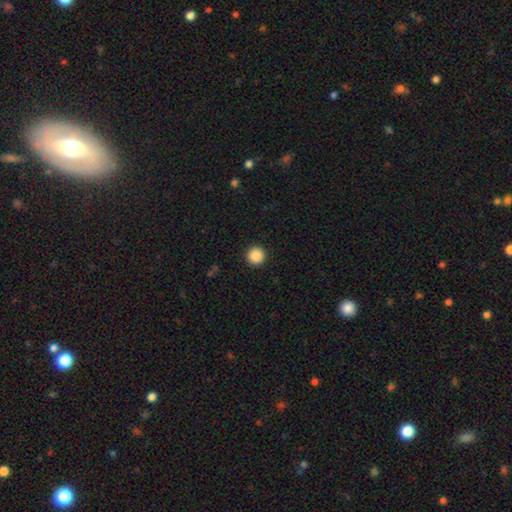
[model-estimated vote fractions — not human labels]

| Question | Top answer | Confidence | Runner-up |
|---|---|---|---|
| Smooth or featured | smooth | 89% | star or artifact (9%) |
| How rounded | round | 96% | in between (3%) |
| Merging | none | 93% | minor disturbance (4%) |